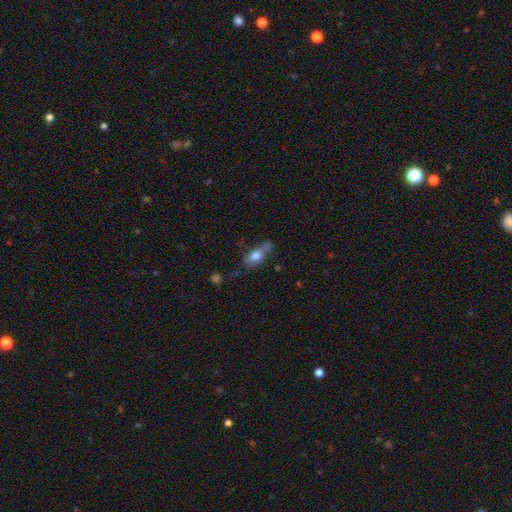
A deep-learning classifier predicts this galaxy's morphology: type=smooth (69%); roundness=in between (72%); merging=none (46%).